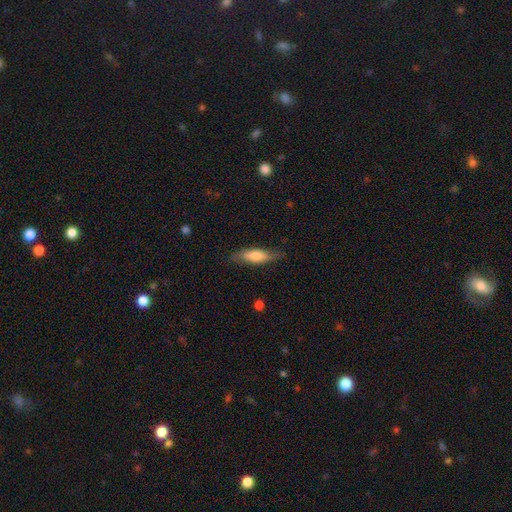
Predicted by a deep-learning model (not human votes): Q: Smooth or featured?
A: smooth (66%); runner-up: featured or disk (28%)
Q: How rounded?
A: cigar-shaped (51%); runner-up: in between (47%)
Q: Merging?
A: none (75%); runner-up: minor disturbance (19%)